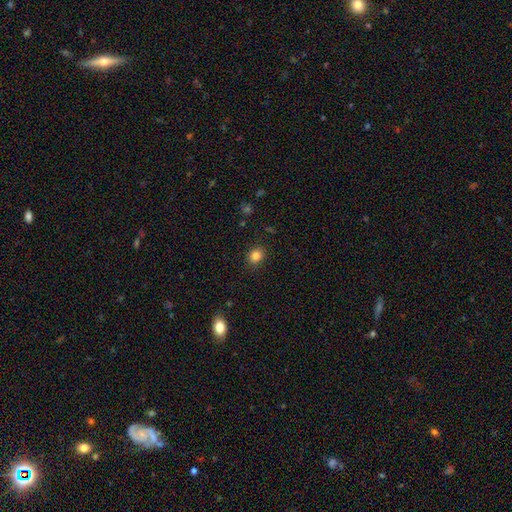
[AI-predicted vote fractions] Overall: smooth (83%). How rounded: round (65%; in between 34%). Merging: none (88%).